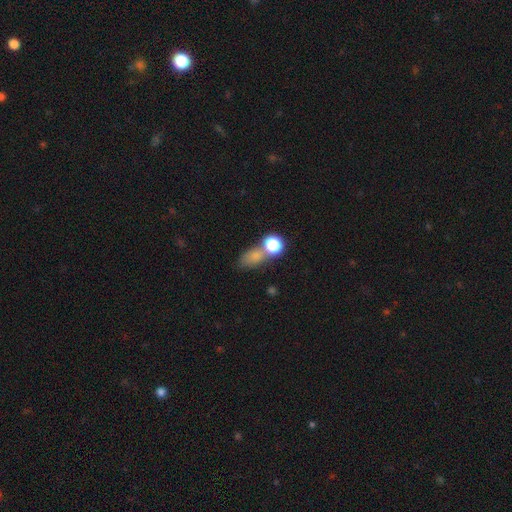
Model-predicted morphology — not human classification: Overall: smooth (72%). How rounded: in between (64%; round 31%). Merging: none (45%; merger 34%).